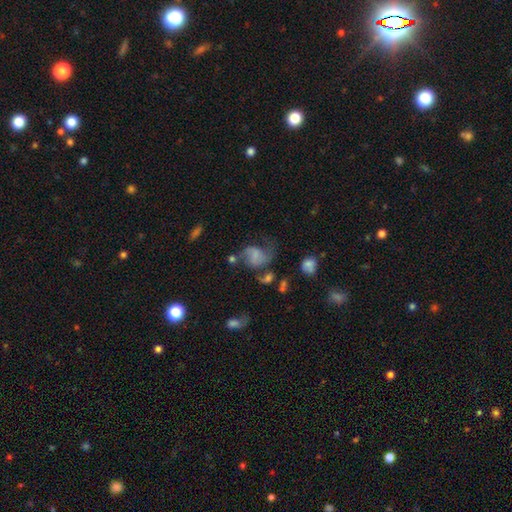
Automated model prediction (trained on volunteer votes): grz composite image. It shows a featured or disk galaxy (54%) with no bar (55%), spiral arms (85%) and no central bulge (51%). Merging: none (41%).